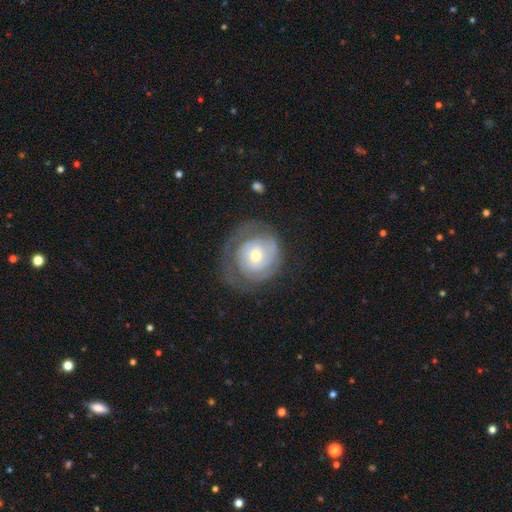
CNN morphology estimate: A featured or disk galaxy (66%) with no bar (77%), spiral arms (76%) and a moderate central bulge (56%).

Vote fractions:
- Smooth or featured? featured or disk: 66% / smooth: 28% / star or artifact: 6%
- Edge-on disk? no: 97% / yes: 3%
- Bar? no: 77% / weak: 19% / strong: 5%
- Spiral arms? yes: 76% / no: 24%
- Bulge size? moderate: 56% / small: 37% / large: 4% / dominant: 1% / none: 1%
- Merging? none: 60% / minor disturbance: 21% / major disturbance: 18% / merger: 1%